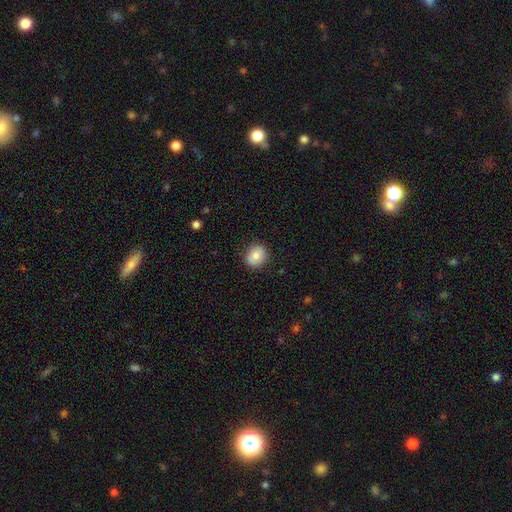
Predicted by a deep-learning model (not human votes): This appears to be a smooth galaxy with no disk features (75%) that is round (82%). Merging: none (88%).